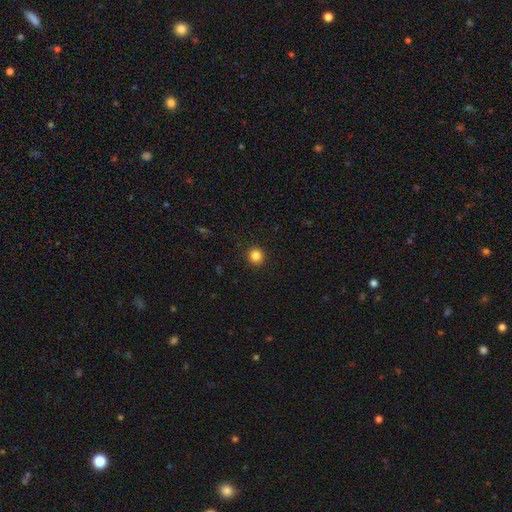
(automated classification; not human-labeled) Morphology: type=smooth (85%); roundness=round (93%); merging=none (93%).